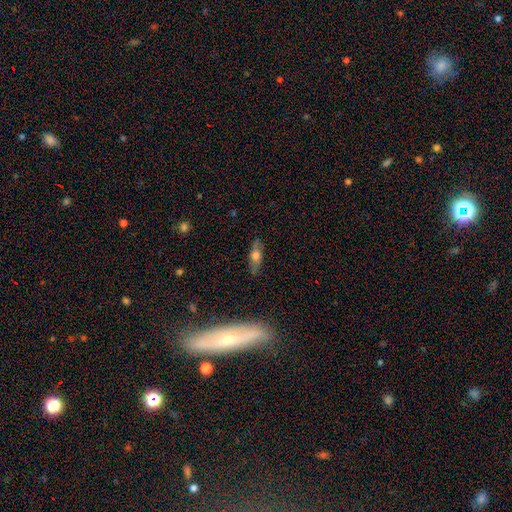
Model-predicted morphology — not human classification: A smooth galaxy with no disk features (53%) that is in between round and cigar-shaped (53%).

Vote fractions:
- Smooth or featured? smooth: 53% / featured or disk: 39% / star or artifact: 8%
- How rounded? in between: 53% / cigar-shaped: 43% / round: 5%
- Merging? none: 83% / minor disturbance: 13% / major disturbance: 3% / merger: 2%